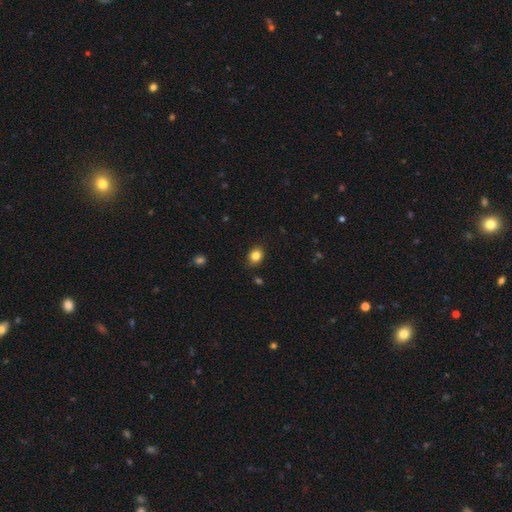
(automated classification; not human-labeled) A smooth galaxy with no disk features (84%) that is round (51%). Merging: none (84%).